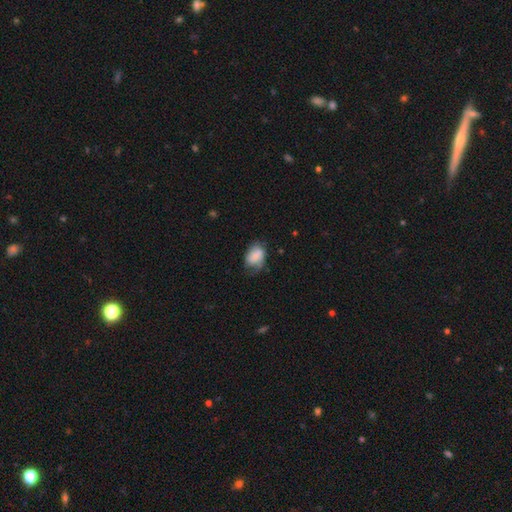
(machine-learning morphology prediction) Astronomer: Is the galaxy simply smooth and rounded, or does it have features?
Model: smooth — 69%.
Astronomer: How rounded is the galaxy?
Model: in between — 82%.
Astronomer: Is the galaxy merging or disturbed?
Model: none — 41% (runner-up: minor disturbance, 35%).